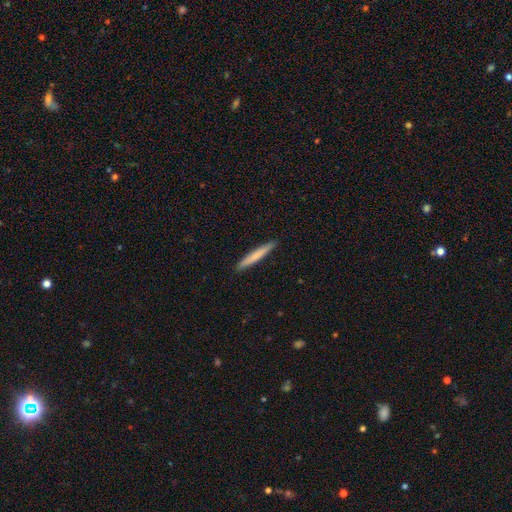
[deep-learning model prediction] Smooth or featured: smooth — 70% (featured or disk — 24%)
How rounded: cigar-shaped — 96% (in between — 2%)
Merging: none — 92% (minor disturbance — 5%)